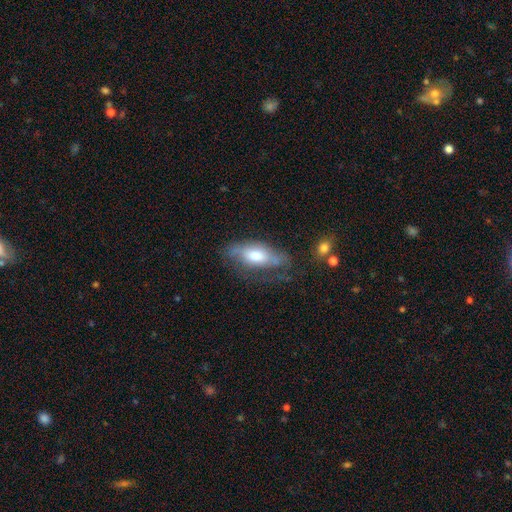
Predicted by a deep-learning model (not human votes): The model was most divided on "smooth or featured": smooth: 51%, featured or disk: 42%, star or artifact: 7%. Remaining: how rounded — in between (81%); merging — none (44%).